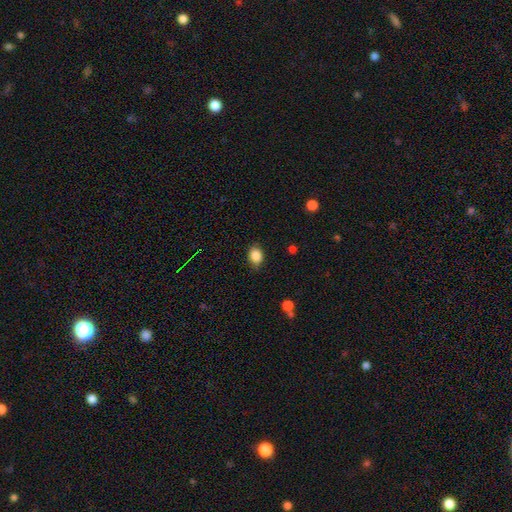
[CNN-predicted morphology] smooth-or-featured: smooth: 86% | star or artifact: 9% | featured or disk: 5%
  how-rounded: in between: 57% | round: 42% | cigar-shaped: 1%
  merging: none: 79% | minor disturbance: 17% | major disturbance: 4% | merger: 1%